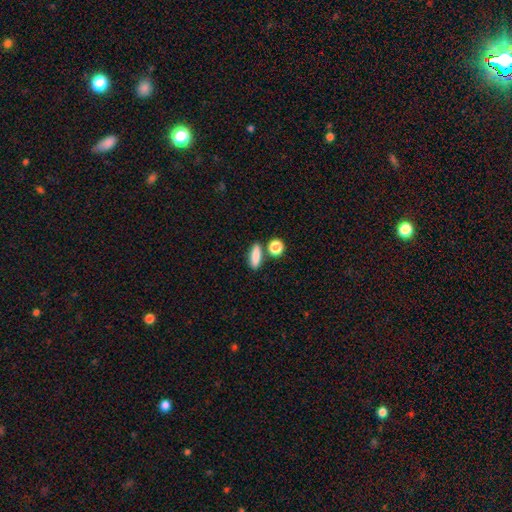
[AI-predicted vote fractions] This appears to be a smooth galaxy with no disk features (85%) that is in between round and cigar-shaped (50%). Merging: none (76%).